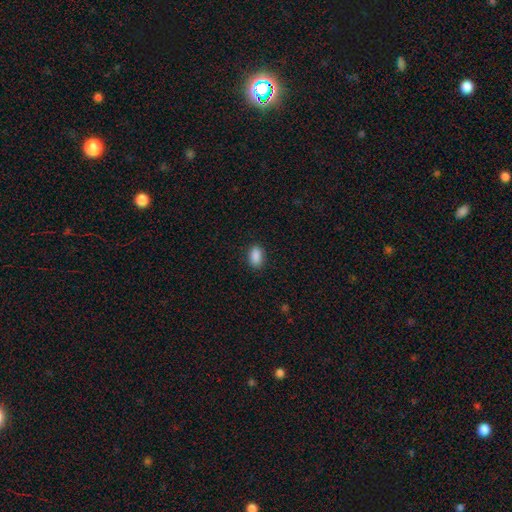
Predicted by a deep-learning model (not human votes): This appears to be a smooth galaxy with no disk features (89%) that is in between round and cigar-shaped (90%). Merging: none (88%).